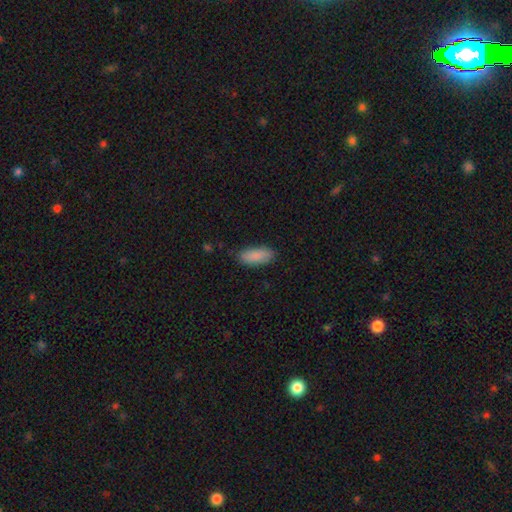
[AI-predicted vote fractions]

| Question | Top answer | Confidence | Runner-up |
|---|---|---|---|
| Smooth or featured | smooth | 89% | star or artifact (6%) |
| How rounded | in between | 80% | cigar-shaped (18%) |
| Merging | none | 84% | minor disturbance (13%) |